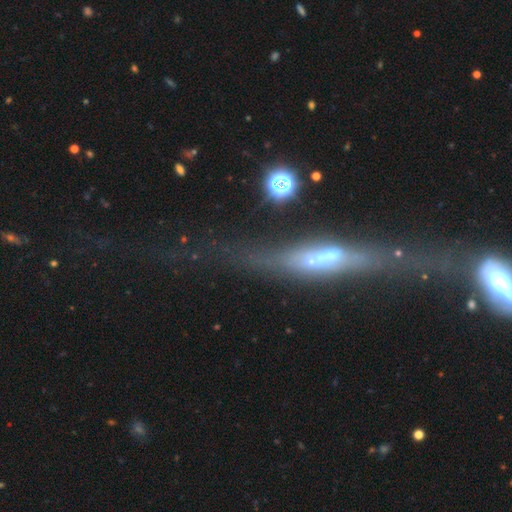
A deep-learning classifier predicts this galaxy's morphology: A featured or disk galaxy (70%) viewed edge-on (79%) with a rounded central bulge (48%).

Vote fractions:
- Smooth or featured? featured or disk: 70% / smooth: 19% / star or artifact: 11%
- Edge-on disk? yes: 79% / no: 21%
- Edge-on bulge? rounded: 48% / boxy: 27% / none: 24%
- Merging? none: 48% / major disturbance: 24% / minor disturbance: 19% / merger: 9%